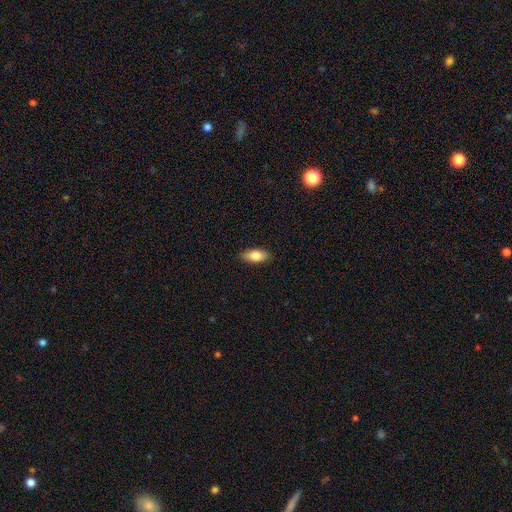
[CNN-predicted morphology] smooth_or_featured: smooth (p=0.81) [alt: featured or disk p=0.12]
how_rounded: in between (p=0.87) [alt: cigar-shaped p=0.11]
merging: none (p=0.87) [alt: minor disturbance p=0.10]